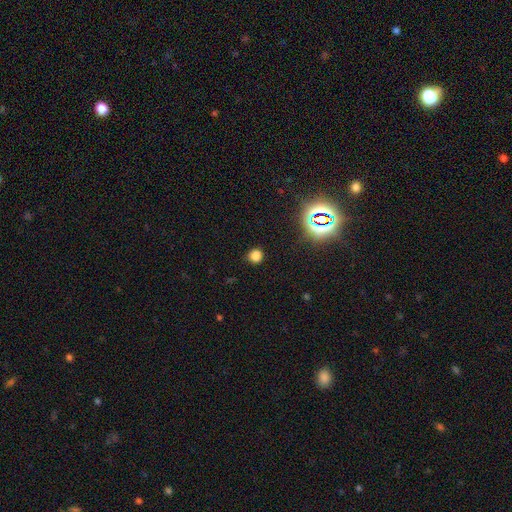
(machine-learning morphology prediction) The model was most divided on "smooth or featured": smooth: 75%, star or artifact: 21%, featured or disk: 4%. More confident: merging — none (85%); how rounded — round (84%).